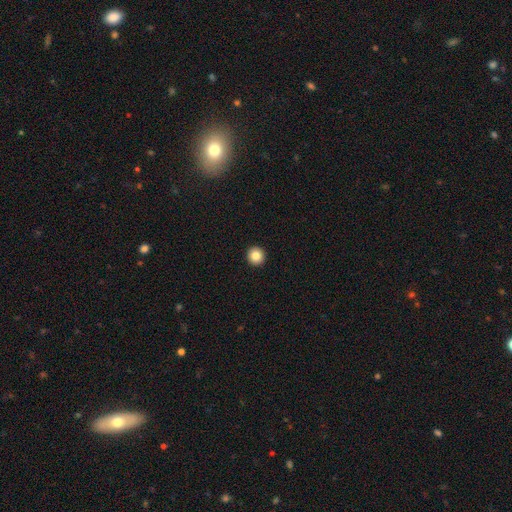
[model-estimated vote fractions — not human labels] Smooth or featured? Predicted: smooth (p=0.85). How rounded? Predicted: round (p=0.95). Merging? Predicted: none (p=0.94).